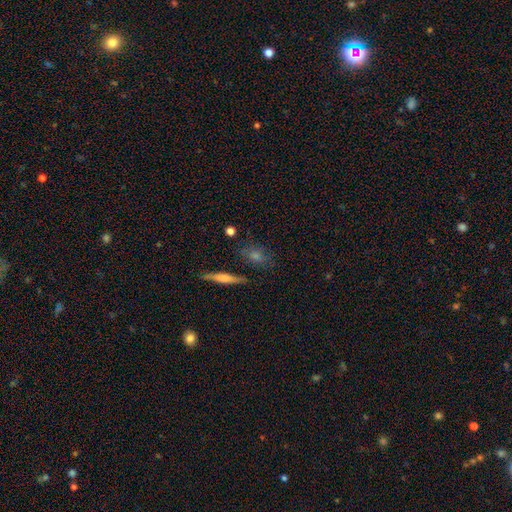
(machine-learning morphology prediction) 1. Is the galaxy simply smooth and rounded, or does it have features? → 45% smooth, 37% featured or disk, 18% star or artifact.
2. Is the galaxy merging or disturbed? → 79% none, 13% minor disturbance, 4% merger, 4% major disturbance.